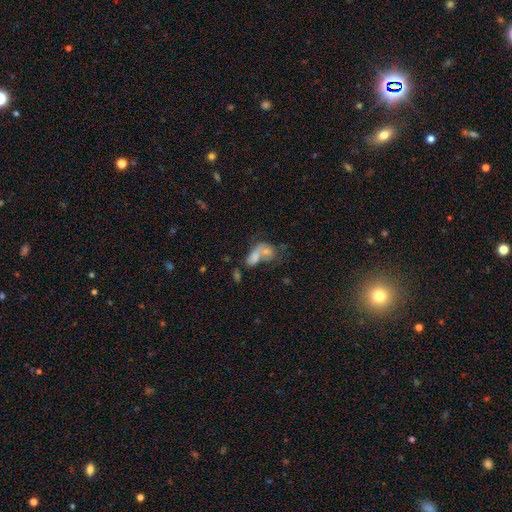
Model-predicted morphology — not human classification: Smooth or featured?
  - smooth: 66% *
  - featured or disk: 23%
  - star or artifact: 11%
How rounded?
  - in between: 80% *
  - round: 16%
  - cigar-shaped: 5%
Merging?
  - merger: 67% *
  - none: 16%
  - major disturbance: 10%
  - minor disturbance: 8%